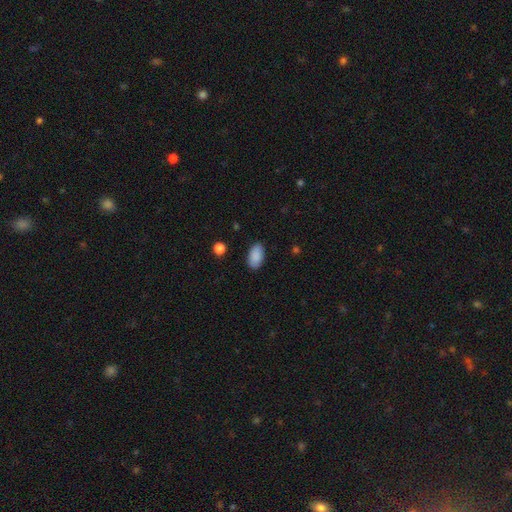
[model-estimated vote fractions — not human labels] Smooth or featured? Predicted: smooth (p=0.89). How rounded? Predicted: in between (p=0.94). Merging? Predicted: none (p=0.86).